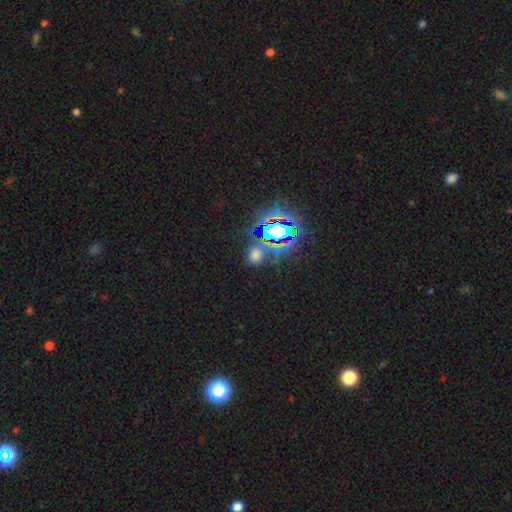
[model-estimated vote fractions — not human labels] This appears to be a star or artifact, not a galaxy (50%).